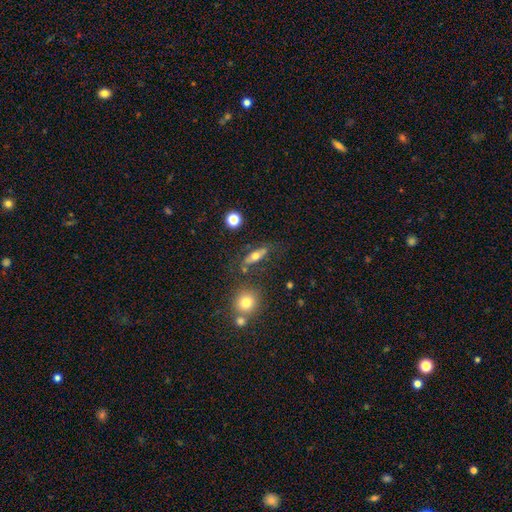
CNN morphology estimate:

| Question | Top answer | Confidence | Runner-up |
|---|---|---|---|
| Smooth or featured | smooth | 54% | featured or disk (36%) |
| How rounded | in between | 57% | cigar-shaped (34%) |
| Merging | none | 69% | minor disturbance (16%) |